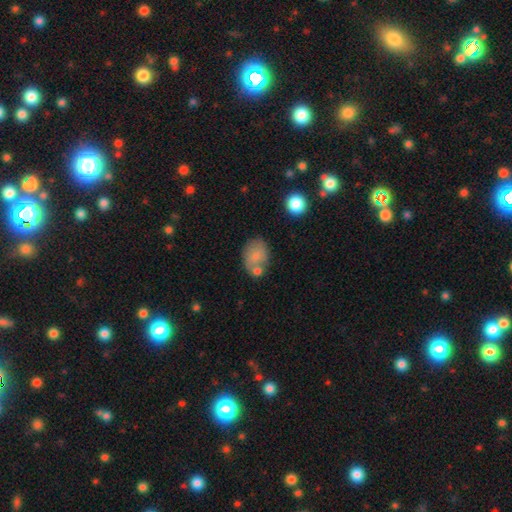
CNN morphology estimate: smooth-or-featured: smooth: 74% | featured or disk: 18% | star or artifact: 8%
  how-rounded: in between: 61% | round: 38% | cigar-shaped: 1%
  merging: none: 48% | merger: 26% | minor disturbance: 19% | major disturbance: 7%